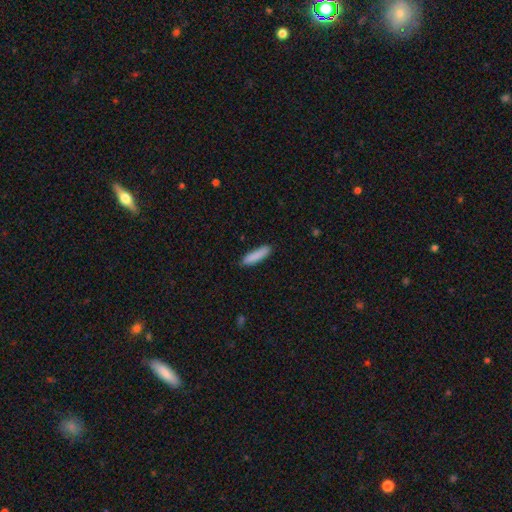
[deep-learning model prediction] Smooth or featured?
  - smooth: 87% *
  - featured or disk: 6%
  - star or artifact: 6%
How rounded?
  - cigar-shaped: 77% *
  - in between: 22%
  - round: 1%
Merging?
  - none: 86% *
  - minor disturbance: 11%
  - major disturbance: 2%
  - merger: 1%